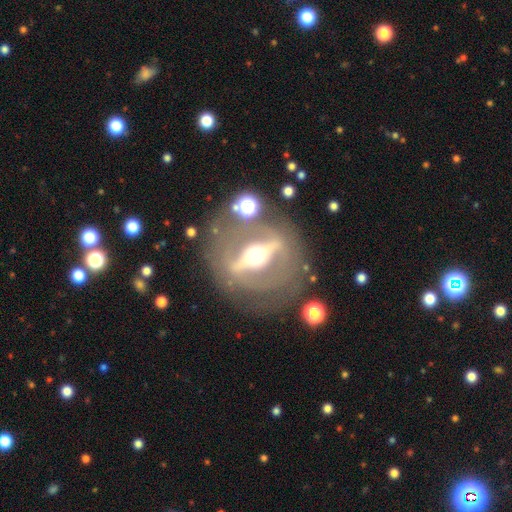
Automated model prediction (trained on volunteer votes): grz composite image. It shows a featured or disk galaxy (84%). Merging: none (76%).